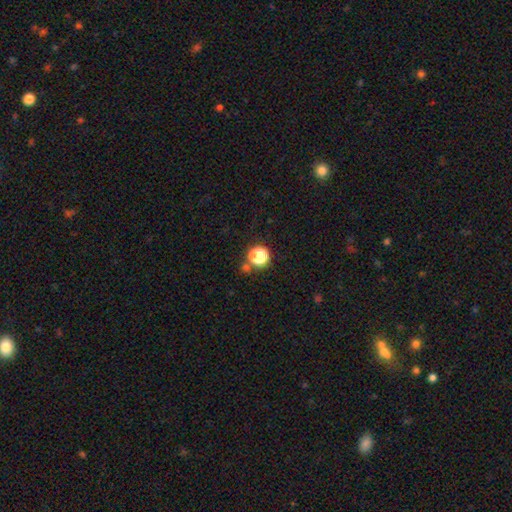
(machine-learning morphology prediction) This is likely a smooth galaxy (65%). How rounded: clearly round (86%). Merging: likely none (71%).